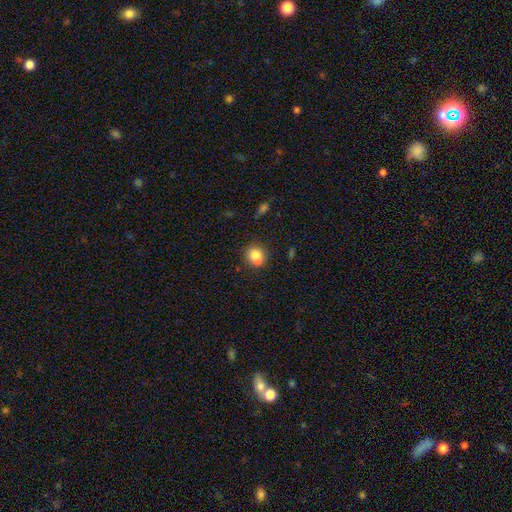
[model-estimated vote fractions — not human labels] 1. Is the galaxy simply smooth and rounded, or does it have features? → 79% smooth, 11% featured or disk, 10% star or artifact.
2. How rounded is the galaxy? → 72% round, 27% in between, 1% cigar-shaped.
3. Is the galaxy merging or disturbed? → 59% none, 19% merger, 18% minor disturbance, 5% major disturbance.